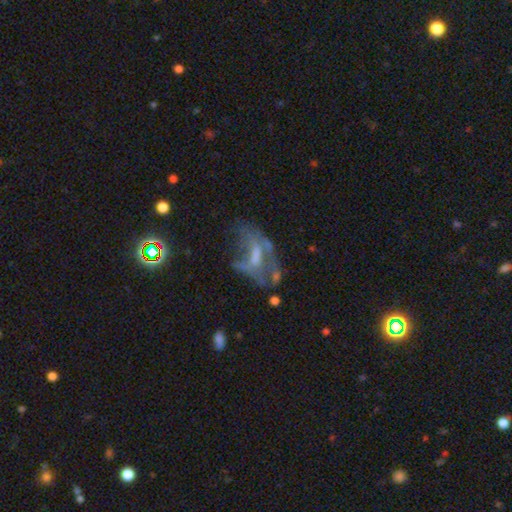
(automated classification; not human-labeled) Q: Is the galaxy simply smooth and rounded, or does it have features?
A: featured or disk — 63%.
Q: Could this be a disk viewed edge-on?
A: no — 93%.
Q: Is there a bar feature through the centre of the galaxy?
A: no — 53%.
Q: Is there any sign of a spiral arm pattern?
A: no — 66%.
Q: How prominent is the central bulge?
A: none — 35%.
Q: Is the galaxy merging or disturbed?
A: major disturbance — 37%.